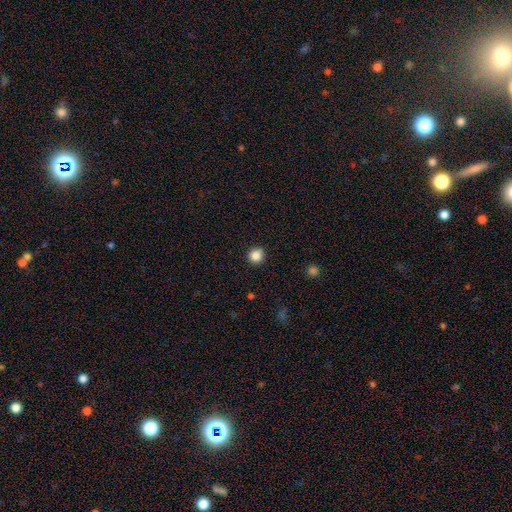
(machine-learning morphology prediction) Smooth or featured?
  - smooth: 85% *
  - star or artifact: 11%
  - featured or disk: 4%
How rounded?
  - round: 94% *
  - in between: 5%
  - cigar-shaped: 1%
Merging?
  - none: 89% *
  - minor disturbance: 8%
  - major disturbance: 2%
  - merger: 1%